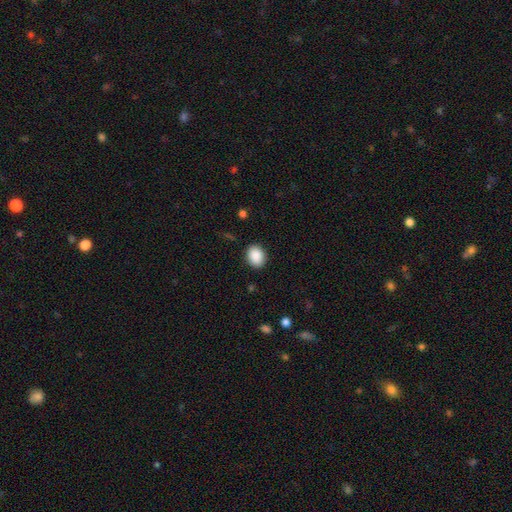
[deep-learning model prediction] Smooth or featured: smooth — 90% (star or artifact — 7%)
How rounded: in between — 59% (round — 40%)
Merging: none — 88% (minor disturbance — 9%)